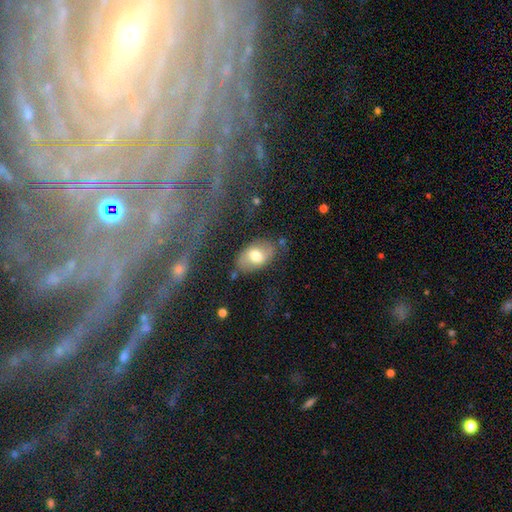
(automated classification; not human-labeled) smooth-or-featured: smooth: 62% | featured or disk: 30% | star or artifact: 7%
  how-rounded: in between: 89% | round: 9% | cigar-shaped: 2%
  merging: none: 70% | minor disturbance: 18% | major disturbance: 7% | merger: 5%